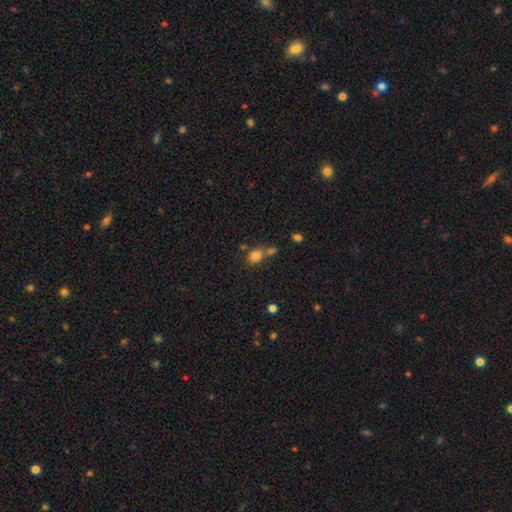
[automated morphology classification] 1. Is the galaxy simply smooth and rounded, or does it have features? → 80% smooth, 13% star or artifact, 7% featured or disk.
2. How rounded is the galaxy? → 57% round, 42% in between, 1% cigar-shaped.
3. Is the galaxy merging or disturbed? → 52% none, 32% merger, 11% minor disturbance, 5% major disturbance.